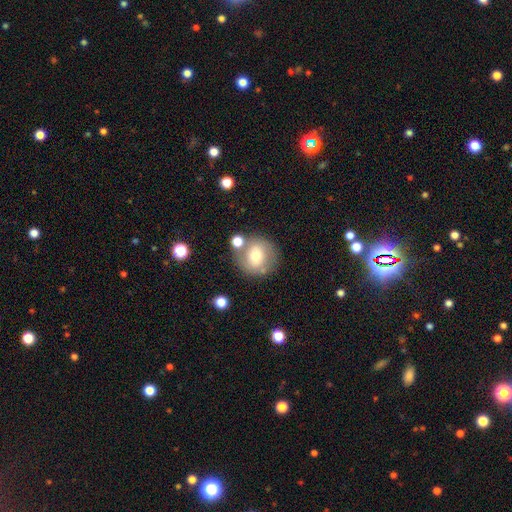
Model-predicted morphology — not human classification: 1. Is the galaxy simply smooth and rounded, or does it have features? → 61% smooth, 29% featured or disk, 10% star or artifact.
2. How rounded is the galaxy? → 88% round, 11% in between, 1% cigar-shaped.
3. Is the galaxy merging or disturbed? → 70% none, 13% minor disturbance, 12% merger, 5% major disturbance.